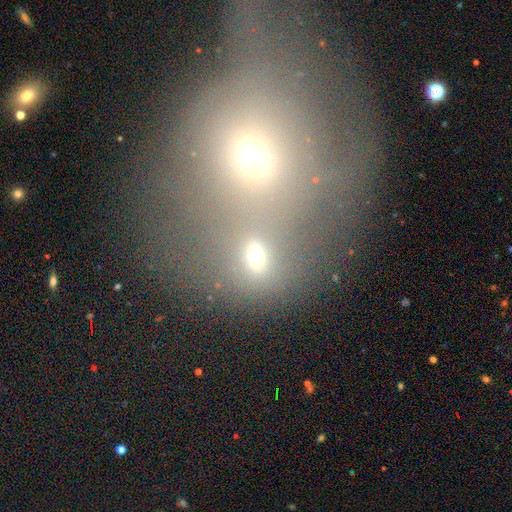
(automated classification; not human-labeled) Q: Smooth or featured?
A: smooth (56%); runner-up: star or artifact (29%)
Q: How rounded?
A: round (53%); runner-up: in between (44%)
Q: Merging?
A: none (44%); runner-up: merger (41%)